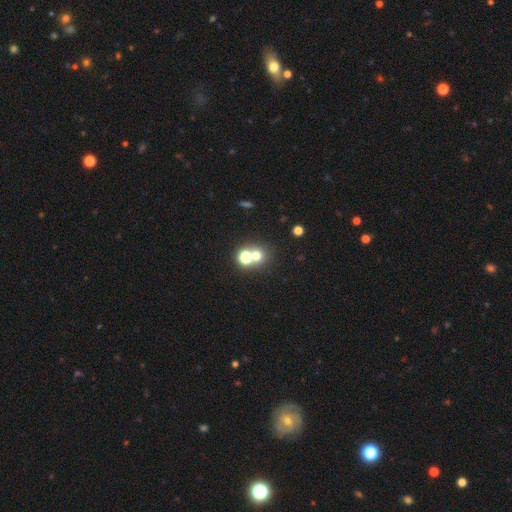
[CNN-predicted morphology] A smooth galaxy with no disk features (64%) that is round (83%). Merging: none (51%).